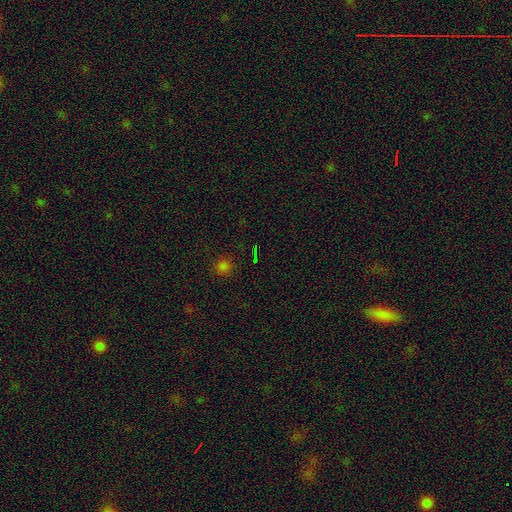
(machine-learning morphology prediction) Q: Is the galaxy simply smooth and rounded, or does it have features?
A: star or artifact — 64%.